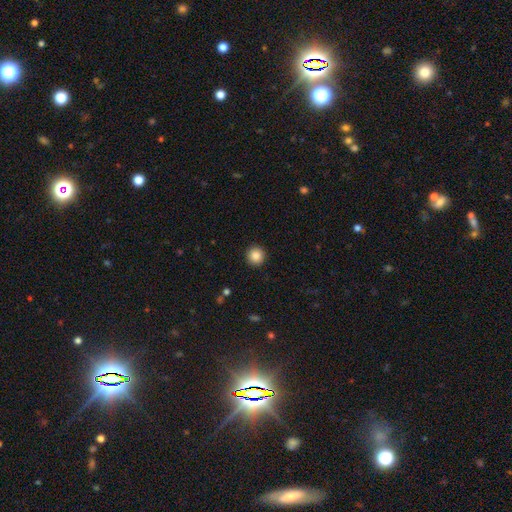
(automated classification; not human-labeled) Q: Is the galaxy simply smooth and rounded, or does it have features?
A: smooth — 87%.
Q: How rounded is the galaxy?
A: round — 95%.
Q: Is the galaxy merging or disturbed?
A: none — 93%.